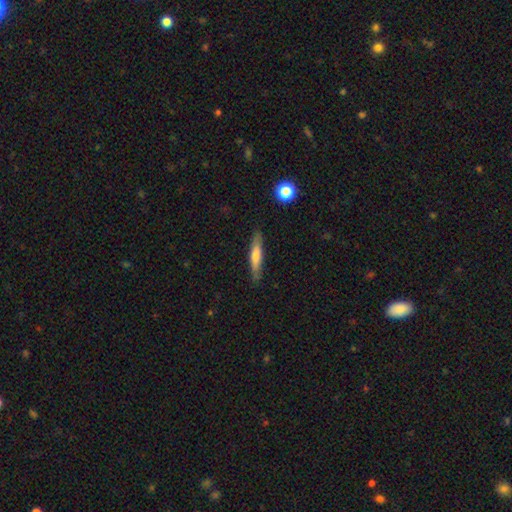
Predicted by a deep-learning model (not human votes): A smooth galaxy with no disk features (60%) that is cigar-shaped (89%). Merging: none (86%).